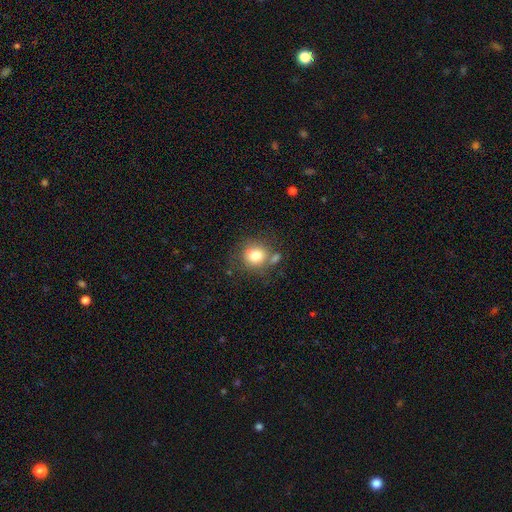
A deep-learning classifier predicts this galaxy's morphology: Q: Smooth or featured?
A: smooth (78%); runner-up: featured or disk (11%)
Q: How rounded?
A: round (83%); runner-up: in between (16%)
Q: Merging?
A: none (63%); runner-up: merger (16%)